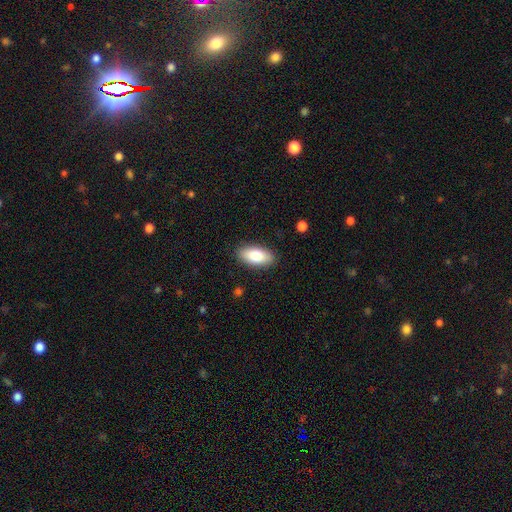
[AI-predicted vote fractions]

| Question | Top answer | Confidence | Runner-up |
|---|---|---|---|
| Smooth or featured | smooth | 84% | featured or disk (10%) |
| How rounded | in between | 91% | cigar-shaped (7%) |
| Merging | none | 88% | minor disturbance (9%) |